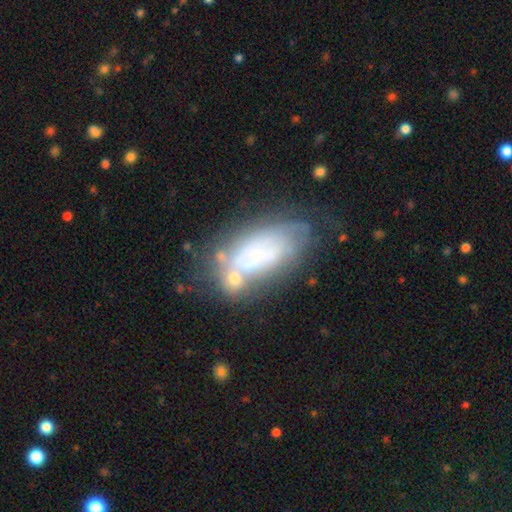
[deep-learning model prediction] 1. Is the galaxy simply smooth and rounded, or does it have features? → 53% featured or disk, 36% smooth, 11% star or artifact.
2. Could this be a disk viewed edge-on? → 91% no, 9% yes.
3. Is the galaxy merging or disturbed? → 44% none, 24% minor disturbance, 18% major disturbance, 14% merger.